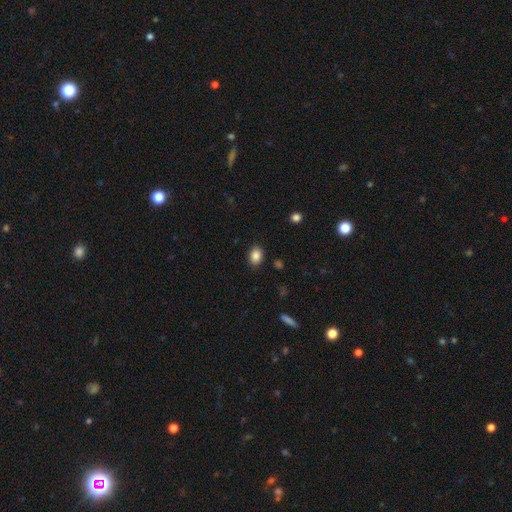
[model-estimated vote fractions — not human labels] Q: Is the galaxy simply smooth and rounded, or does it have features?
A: smooth — 86%.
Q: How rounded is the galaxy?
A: in between — 71%.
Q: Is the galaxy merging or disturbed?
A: none — 87%.